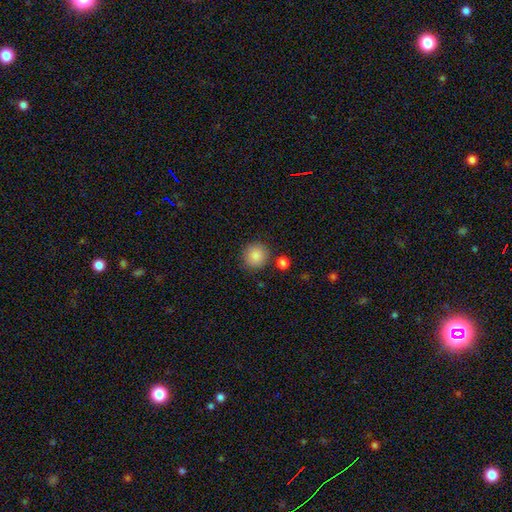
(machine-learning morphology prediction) Overall: smooth (88%). How rounded: round (91%). Merging: none (84%).